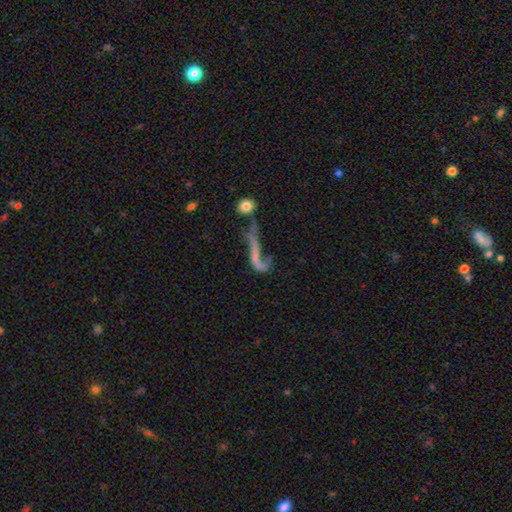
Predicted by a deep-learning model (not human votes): This is possibly a featured or disk galaxy (58%). It is clearly not viewed edge-on (83%). Merging: marginally major disturbance (38%).